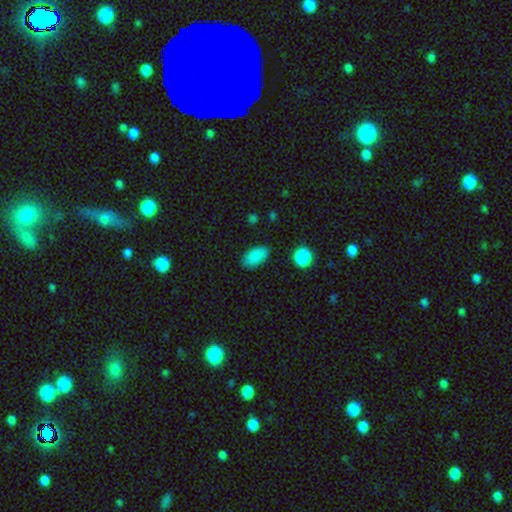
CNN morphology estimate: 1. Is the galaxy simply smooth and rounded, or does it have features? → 87% smooth, 9% star or artifact, 4% featured or disk.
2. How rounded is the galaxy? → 92% in between, 5% round, 2% cigar-shaped.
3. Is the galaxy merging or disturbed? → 84% none, 12% minor disturbance, 3% major disturbance, 1% merger.